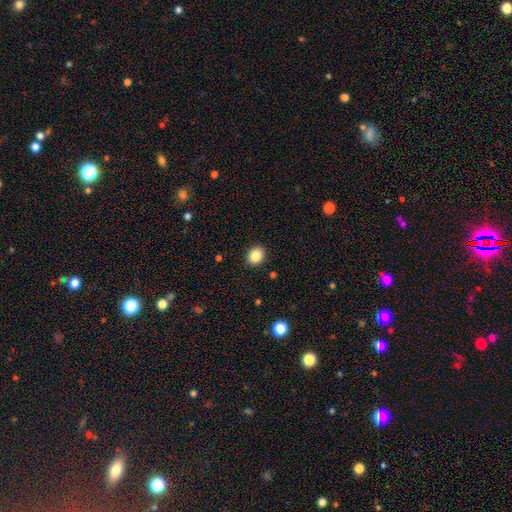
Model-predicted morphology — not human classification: The model was most divided on "how rounded": round: 57%, in between: 43%, cigar-shaped: 1%. More confident: merging — none (90%); smooth or featured — smooth (87%).